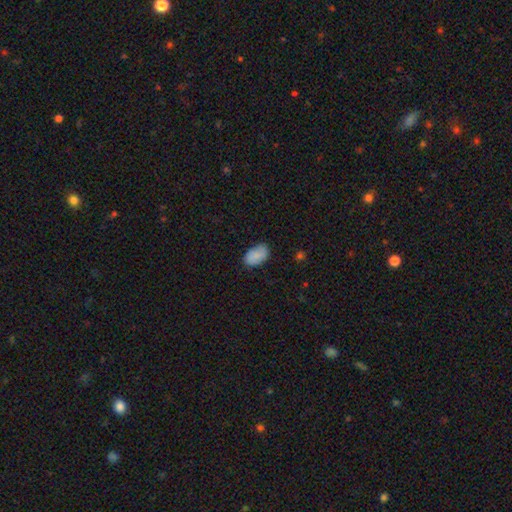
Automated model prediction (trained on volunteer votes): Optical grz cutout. It shows a smooth galaxy with no disk features (85%) that is in between round and cigar-shaped (93%). Merging: none (78%).